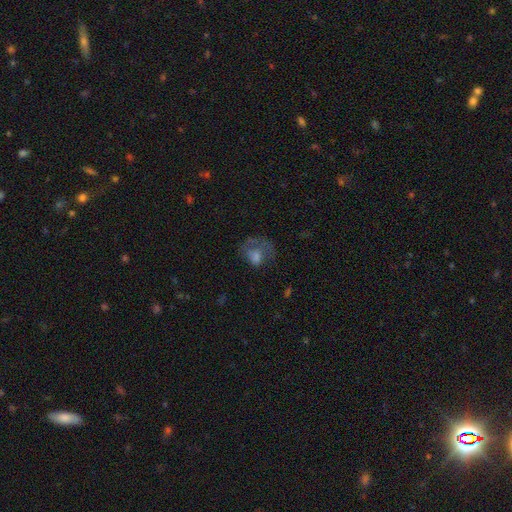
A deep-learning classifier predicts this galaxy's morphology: smooth_or_featured: smooth (p=0.48) [alt: featured or disk p=0.36]
merging: major disturbance (p=0.42) [alt: none p=0.36]